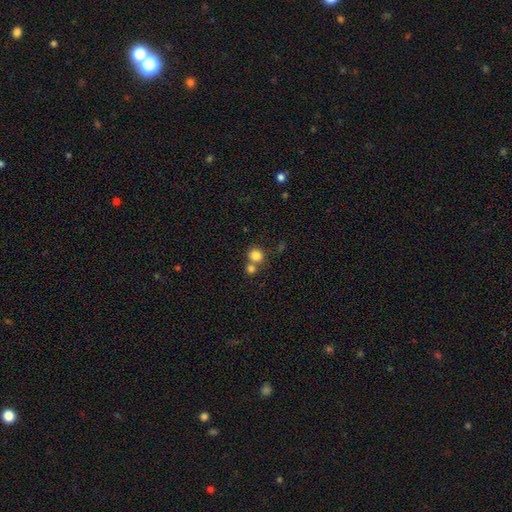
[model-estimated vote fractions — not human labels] This is clearly a smooth galaxy (83%). How rounded: clearly round (83%). Merging: possibly none (54%).